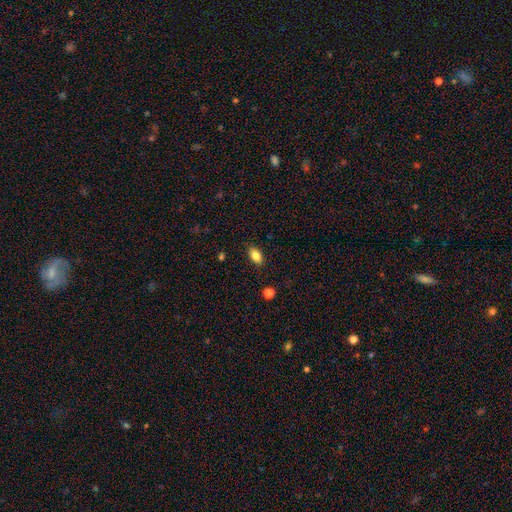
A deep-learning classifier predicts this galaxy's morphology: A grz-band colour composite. It shows a smooth galaxy with no disk features (84%) that is in between round and cigar-shaped (89%). Merging: none (87%).